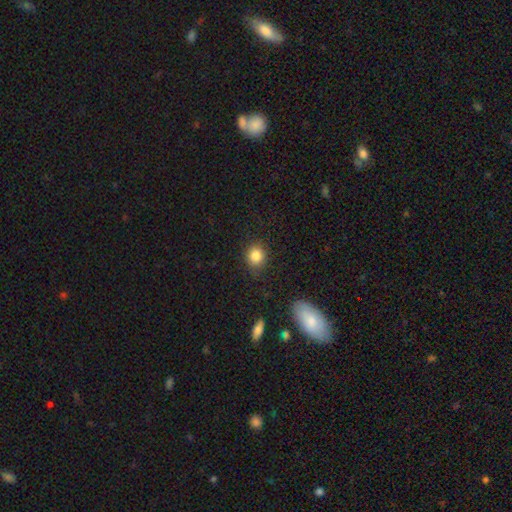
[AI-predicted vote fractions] A smooth galaxy with no disk features (85%) that is round (74%).

Vote fractions:
- Smooth or featured? smooth: 85% / star or artifact: 10% / featured or disk: 5%
- How rounded? round: 74% / in between: 25% / cigar-shaped: 1%
- Merging? none: 83% / minor disturbance: 12% / major disturbance: 3% / merger: 1%